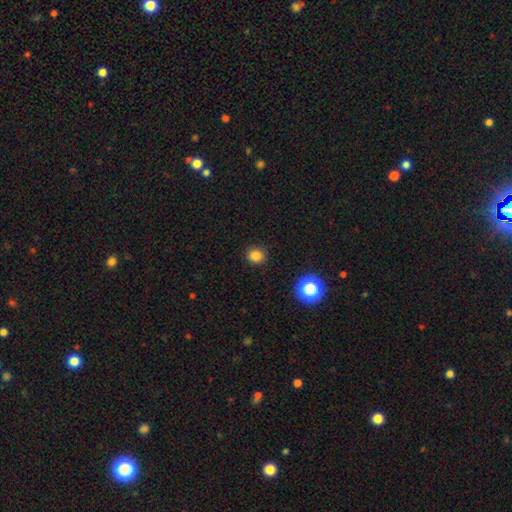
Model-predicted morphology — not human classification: type=smooth (82%); roundness=round (90%); merging=none (91%).